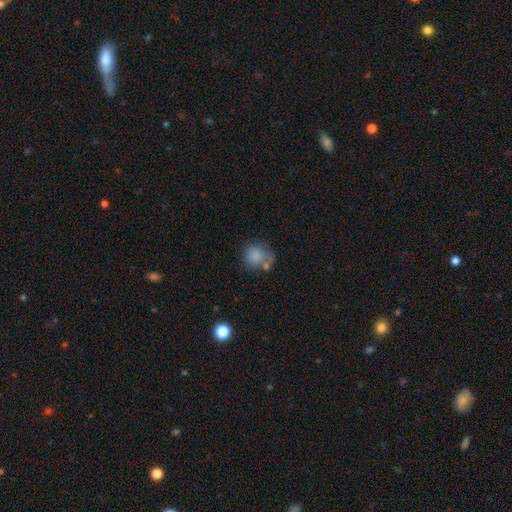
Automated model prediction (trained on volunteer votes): The model was most divided on "merging": none: 54%, merger: 20%, minor disturbance: 18%, major disturbance: 8%. More confident: smooth or featured — smooth (81%); how rounded — round (80%).